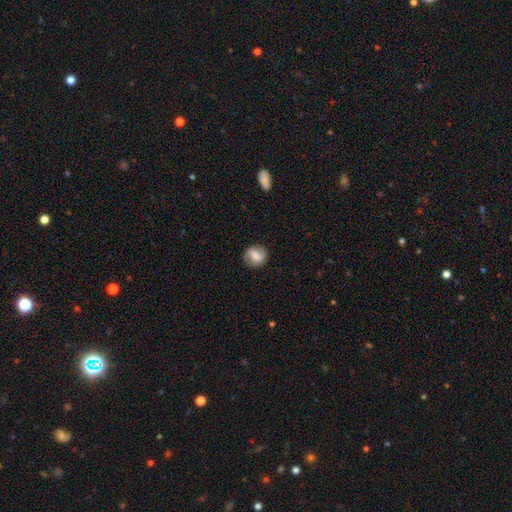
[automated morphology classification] A smooth galaxy with no disk features (52%) that is round (77%).

Vote fractions:
- Smooth or featured? smooth: 52% / featured or disk: 40% / star or artifact: 8%
- How rounded? round: 77% / in between: 22% / cigar-shaped: 1%
- Merging? none: 83% / minor disturbance: 12% / major disturbance: 4% / merger: 1%